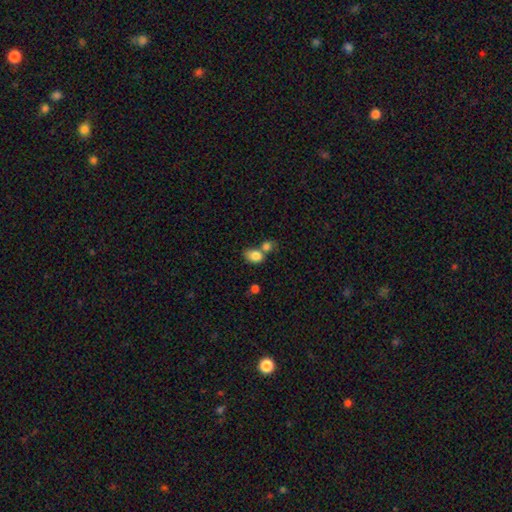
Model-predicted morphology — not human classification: This is clearly a smooth galaxy (83%). How rounded: likely in between (66%). Merging: possibly merger (53%).